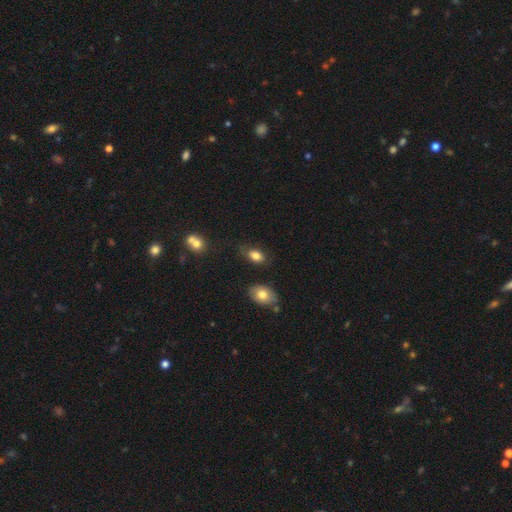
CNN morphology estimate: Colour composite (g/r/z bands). It shows a smooth galaxy with no disk features (83%) that is in between round and cigar-shaped (86%). Merging: none (68%).